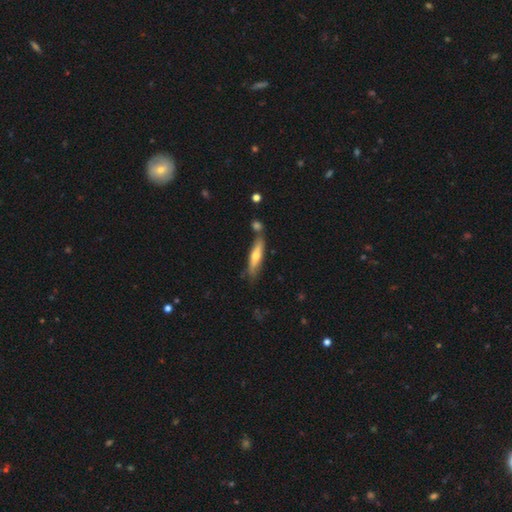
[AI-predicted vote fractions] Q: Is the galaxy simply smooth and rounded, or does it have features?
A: smooth — 50%.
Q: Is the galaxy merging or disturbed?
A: none — 67%.